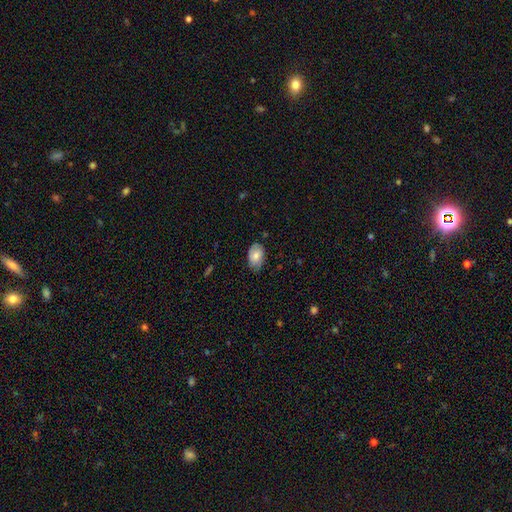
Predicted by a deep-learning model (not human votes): This appears to be a smooth galaxy with no disk features (71%) that is in between round and cigar-shaped (88%). Merging: none (71%).